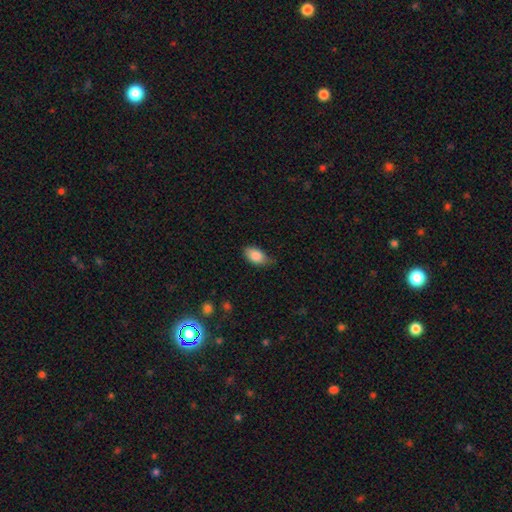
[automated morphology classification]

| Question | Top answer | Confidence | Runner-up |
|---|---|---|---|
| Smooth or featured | smooth | 87% | star or artifact (7%) |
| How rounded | in between | 92% | round (5%) |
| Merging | none | 61% | minor disturbance (32%) |